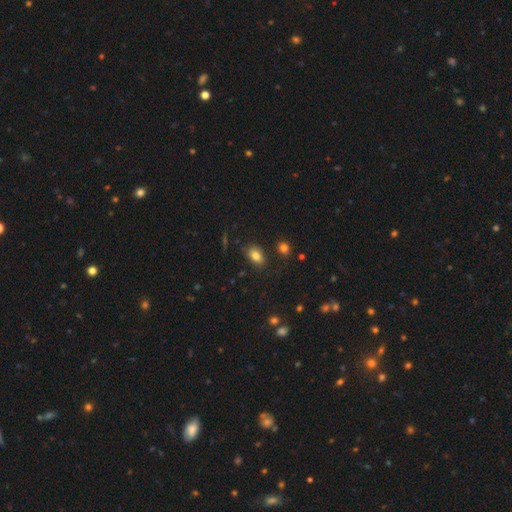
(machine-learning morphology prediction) smooth-or-featured: smooth: 83% | star or artifact: 10% | featured or disk: 8%
  how-rounded: in between: 85% | round: 14% | cigar-shaped: 2%
  merging: none: 78% | minor disturbance: 15% | major disturbance: 4% | merger: 3%